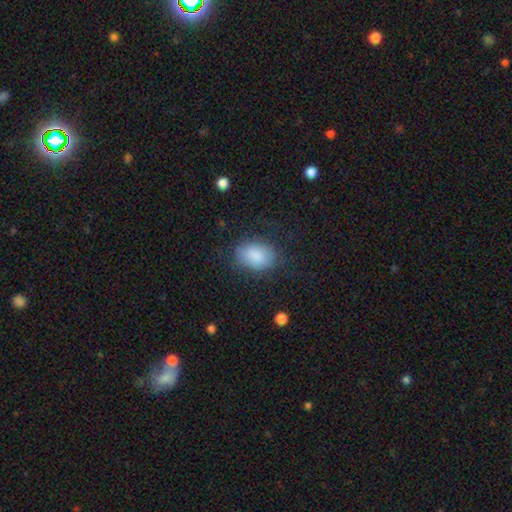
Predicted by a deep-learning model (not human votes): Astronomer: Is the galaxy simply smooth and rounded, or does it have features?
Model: smooth — 84%.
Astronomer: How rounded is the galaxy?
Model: in between — 81%.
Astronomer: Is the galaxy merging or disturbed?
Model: none — 72%.